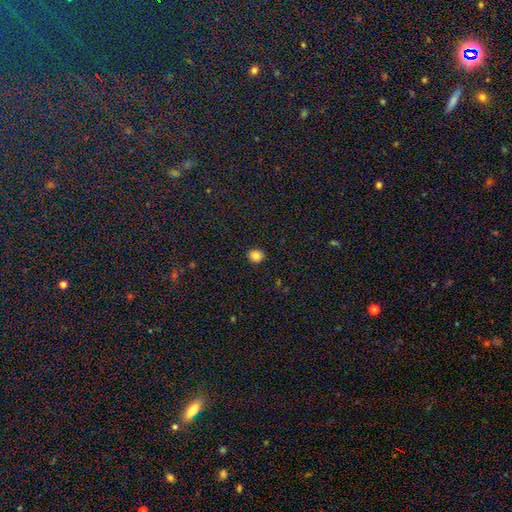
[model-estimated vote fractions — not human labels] Overall: smooth (85%). How rounded: round (81%). Merging: none (91%).